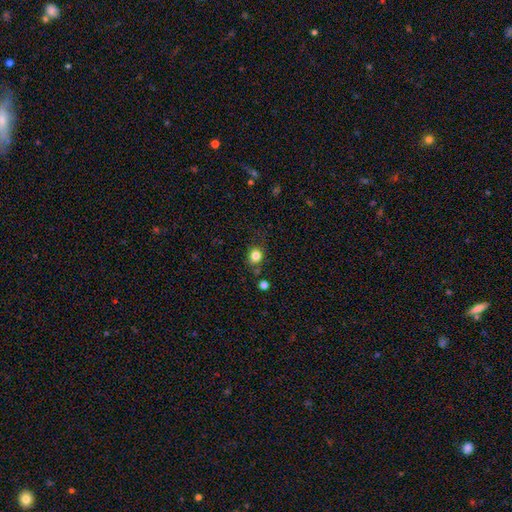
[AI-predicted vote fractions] A smooth galaxy with no disk features (82%) that is round (76%). Merging: none (76%).